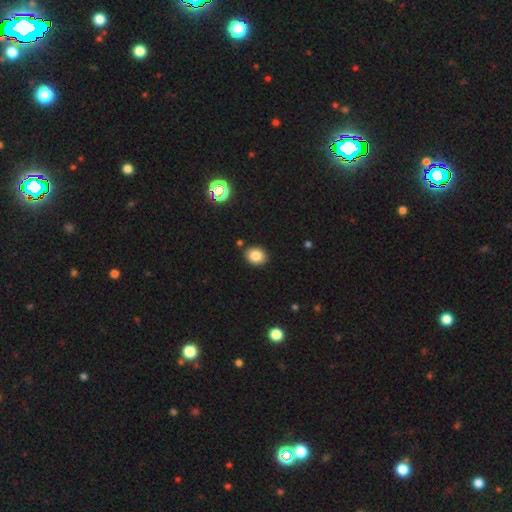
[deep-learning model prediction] A smooth galaxy with no disk features (84%) that is round (50%).

Vote fractions:
- Smooth or featured? smooth: 84% / star or artifact: 10% / featured or disk: 6%
- How rounded? round: 50% / in between: 49% / cigar-shaped: 1%
- Merging? none: 87% / minor disturbance: 8% / merger: 3% / major disturbance: 2%